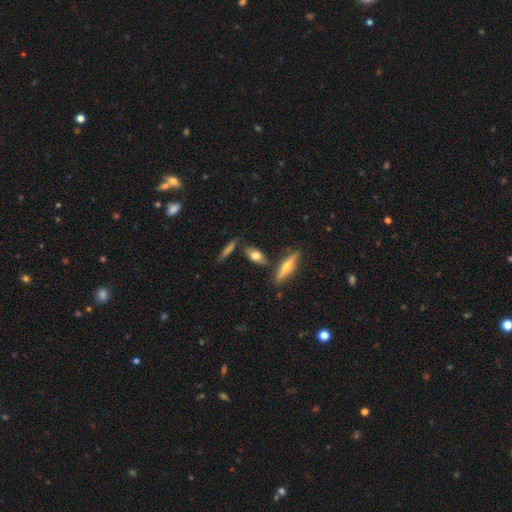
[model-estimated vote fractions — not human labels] smooth 63%, featured or disk 29%, star or artifact 8%. Down the decision tree: how rounded — in between (70%); merging — none (76%).